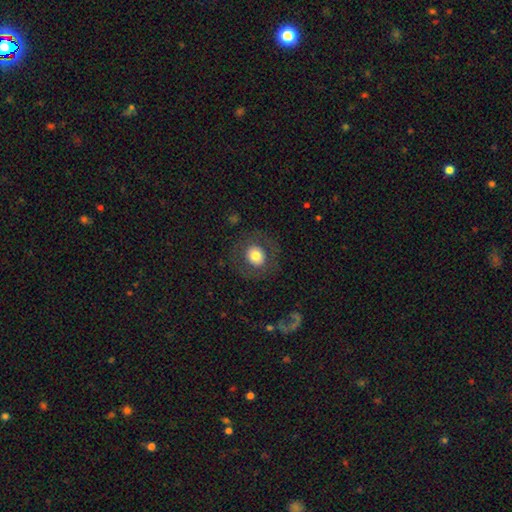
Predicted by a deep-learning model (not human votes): Smooth or featured? Predicted: smooth (p=0.69). How rounded? Predicted: round (p=0.84). Merging? Predicted: none (p=0.83).